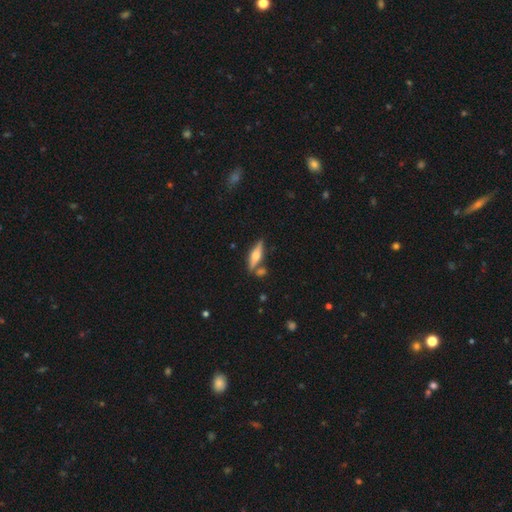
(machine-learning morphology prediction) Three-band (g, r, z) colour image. It shows a featured or disk galaxy (58%) viewed edge-on (95%) with a rounded central bulge (91%). Merging: none (76%).